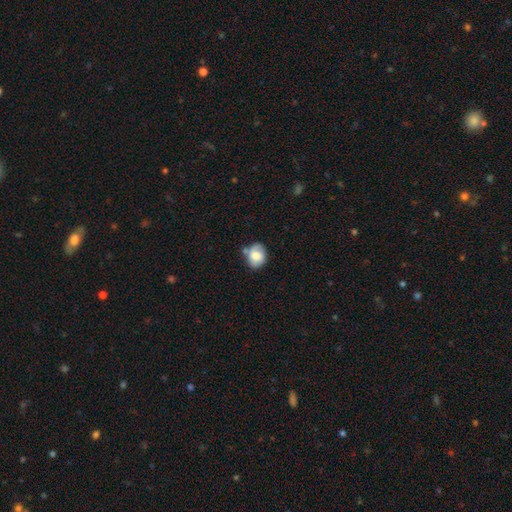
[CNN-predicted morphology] Smooth or featured?
  - smooth: 72% *
  - featured or disk: 20%
  - star or artifact: 8%
How rounded?
  - round: 52% *
  - in between: 48%
  - cigar-shaped: 1%
Merging?
  - none: 50% *
  - minor disturbance: 30%
  - merger: 12%
  - major disturbance: 8%